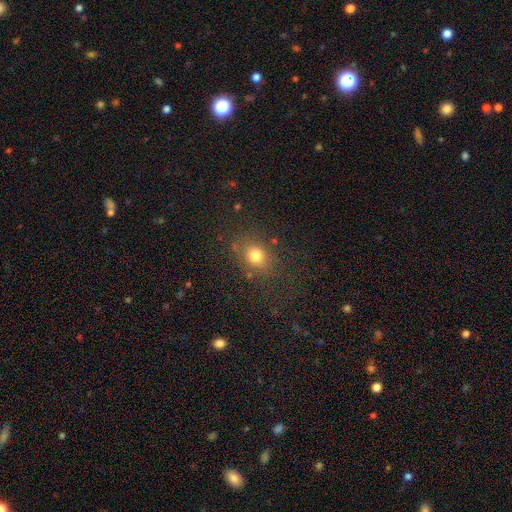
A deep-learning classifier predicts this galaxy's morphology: Smooth or featured? smooth (77%)
How rounded? round (54%)
Merging? none (78%)